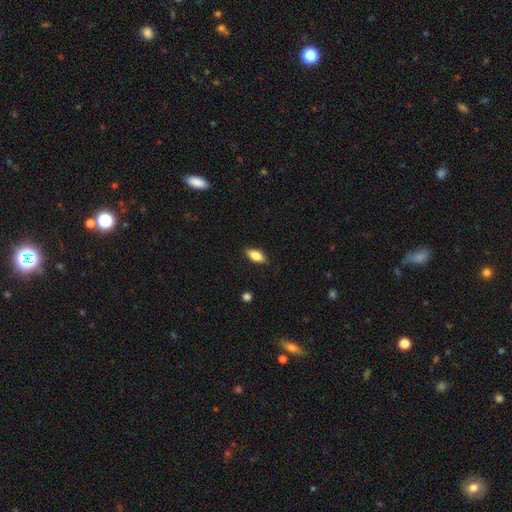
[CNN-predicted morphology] This is clearly a smooth galaxy (80%). How rounded: clearly in between (85%). Merging: clearly none (86%).